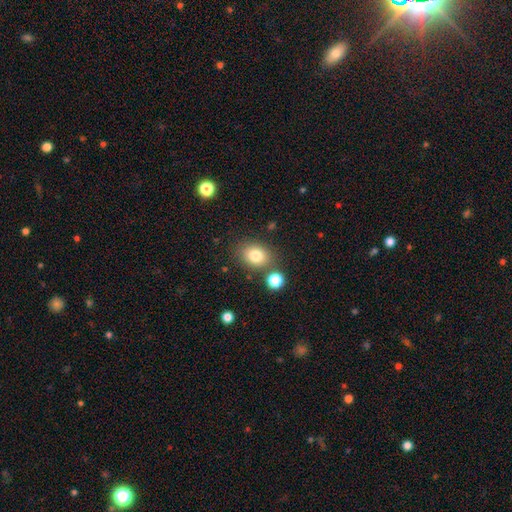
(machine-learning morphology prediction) Smooth or featured? Predicted: smooth (p=0.81). How rounded? Predicted: in between (p=0.57). Merging? Predicted: none (p=0.75).